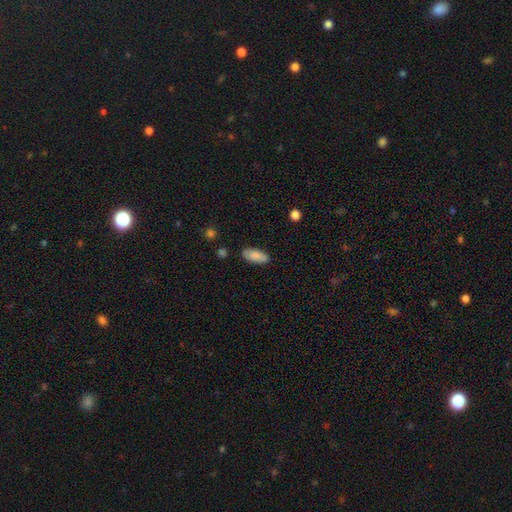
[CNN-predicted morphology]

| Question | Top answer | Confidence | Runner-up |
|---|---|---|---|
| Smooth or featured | smooth | 87% | featured or disk (7%) |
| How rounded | in between | 86% | cigar-shaped (12%) |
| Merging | none | 85% | minor disturbance (11%) |